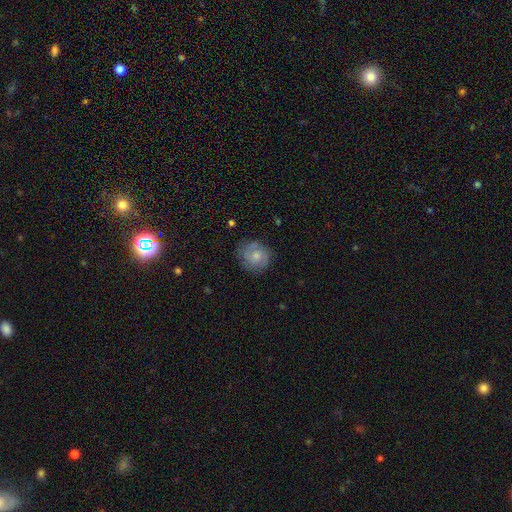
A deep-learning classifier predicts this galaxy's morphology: Overall: smooth (54%; featured or disk 39%). How rounded: round (84%). Merging: none (75%).